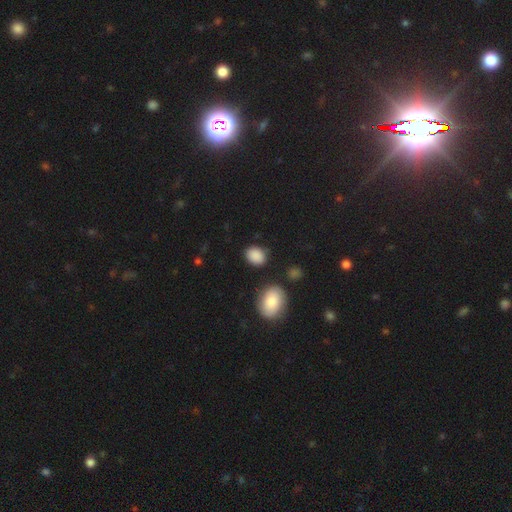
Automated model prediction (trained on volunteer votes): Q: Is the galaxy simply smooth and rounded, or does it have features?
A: smooth — 88%.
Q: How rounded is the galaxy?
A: in between — 61%.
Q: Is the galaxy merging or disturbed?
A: none — 81%.